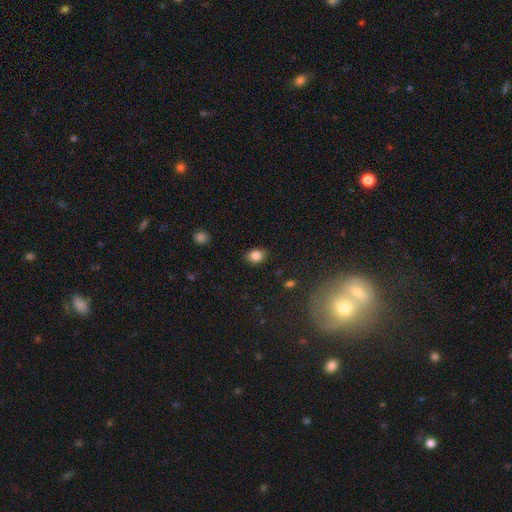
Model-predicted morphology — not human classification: A smooth galaxy with no disk features (84%) that is in between round and cigar-shaped (62%).

Vote fractions:
- Smooth or featured? smooth: 84% / star or artifact: 10% / featured or disk: 6%
- How rounded? in between: 62% / round: 37% / cigar-shaped: 1%
- Merging? none: 86% / minor disturbance: 10% / major disturbance: 2% / merger: 1%